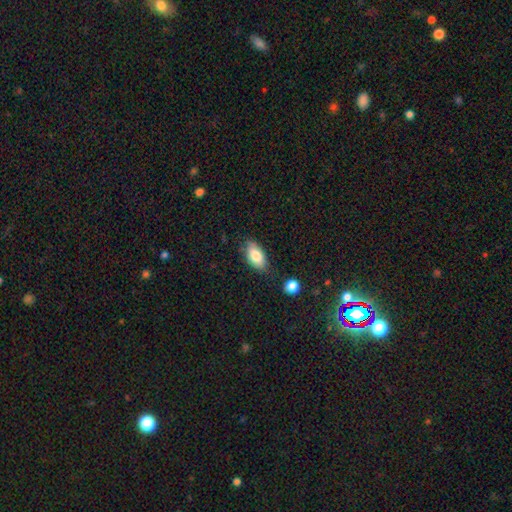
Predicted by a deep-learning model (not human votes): smooth 82%, featured or disk 11%, star or artifact 7%. Down the decision tree: how rounded — in between (91%); merging — none (74%).